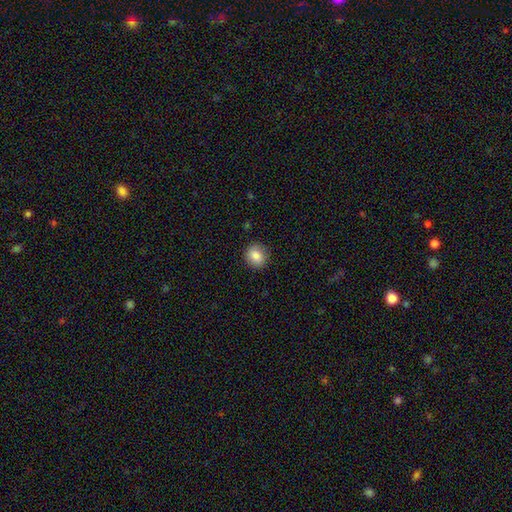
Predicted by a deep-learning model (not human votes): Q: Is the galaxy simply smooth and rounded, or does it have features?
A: smooth — 84%.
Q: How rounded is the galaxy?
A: round — 80%.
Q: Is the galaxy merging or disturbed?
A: none — 89%.